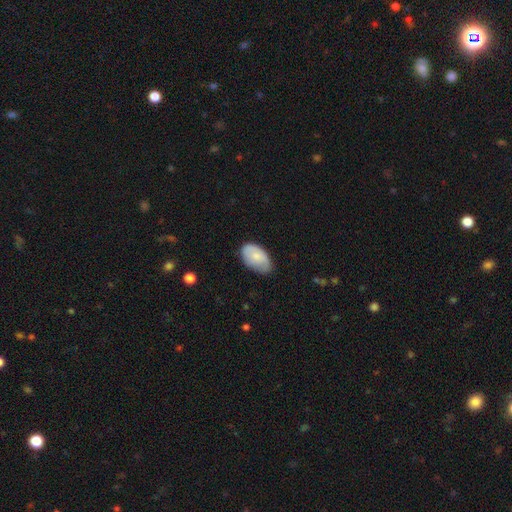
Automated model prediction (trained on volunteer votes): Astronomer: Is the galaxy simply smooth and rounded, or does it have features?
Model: smooth — 77%.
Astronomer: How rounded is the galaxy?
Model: in between — 93%.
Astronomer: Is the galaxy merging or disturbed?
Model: none — 62%.